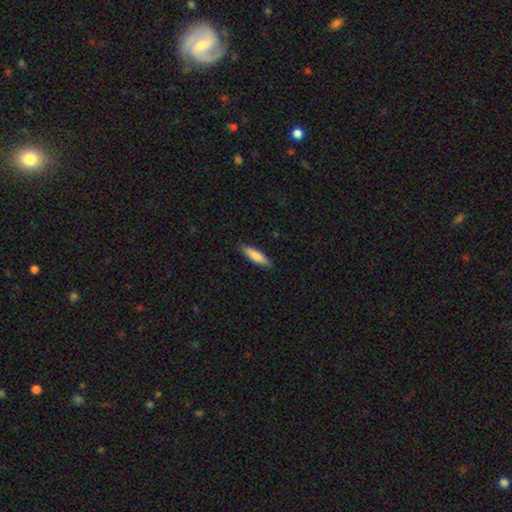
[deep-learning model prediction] Smooth or featured? Predicted: smooth (p=0.81). How rounded? Predicted: cigar-shaped (p=0.69). Merging? Predicted: none (p=0.87).